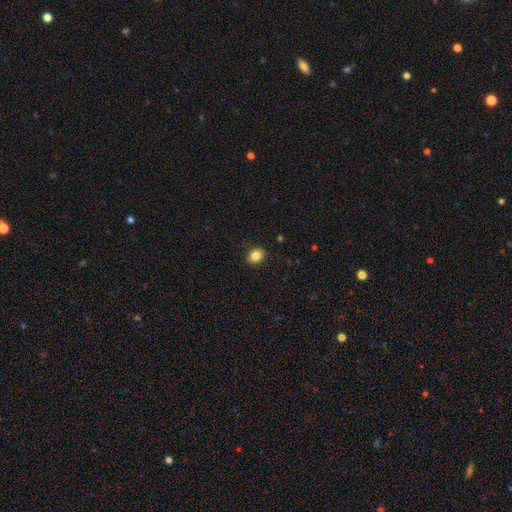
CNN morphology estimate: Smooth or featured?
  - smooth: 84% *
  - star or artifact: 10%
  - featured or disk: 6%
How rounded?
  - in between: 52% *
  - round: 47%
  - cigar-shaped: 1%
Merging?
  - none: 89% *
  - minor disturbance: 8%
  - major disturbance: 2%
  - merger: 1%